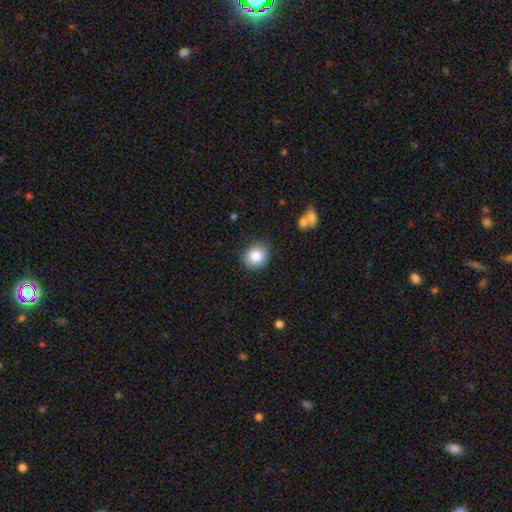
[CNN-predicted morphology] This appears to be a smooth galaxy with no disk features (83%) that is round (80%). Merging: none (87%).